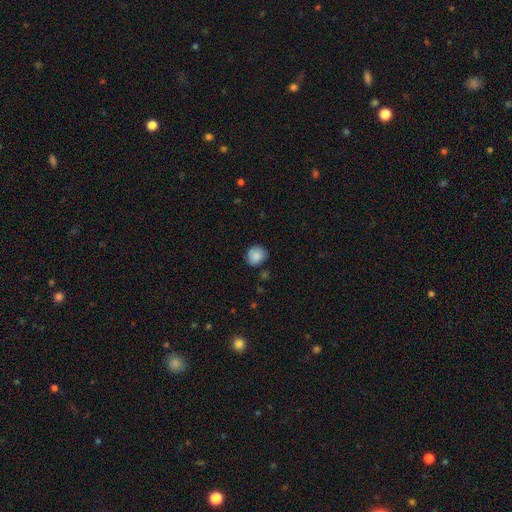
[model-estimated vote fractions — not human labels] A smooth galaxy with no disk features (84%) that is round (79%).

Vote fractions:
- Smooth or featured? smooth: 84% / featured or disk: 8% / star or artifact: 8%
- How rounded? round: 79% / in between: 20% / cigar-shaped: 1%
- Merging? none: 75% / minor disturbance: 19% / major disturbance: 4% / merger: 2%